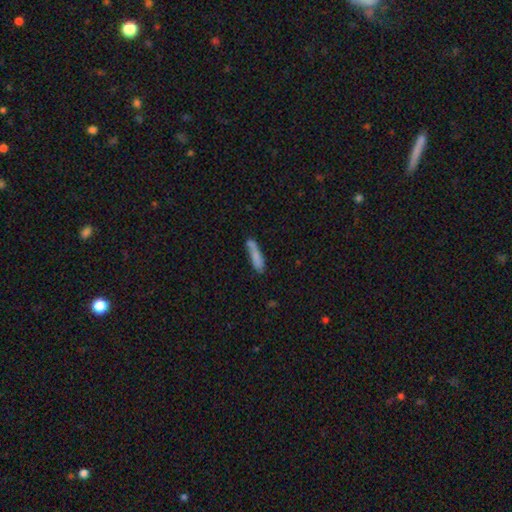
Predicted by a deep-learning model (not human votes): Overall: smooth (77%). How rounded: cigar-shaped (80%). Merging: none (54%; minor disturbance 21%).